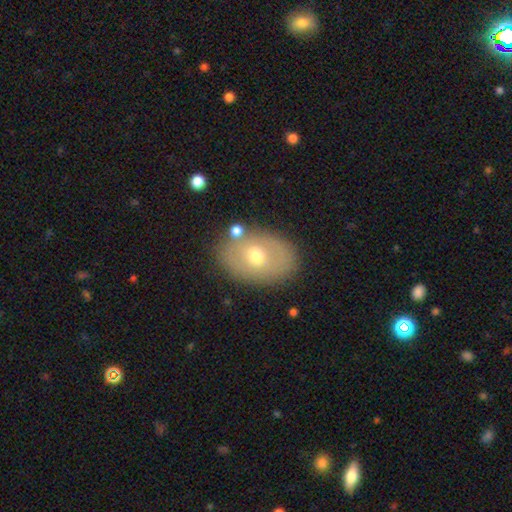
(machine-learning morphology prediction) A smooth galaxy with no disk features (54%) that is in between round and cigar-shaped (80%).

Vote fractions:
- Smooth or featured? smooth: 54% / featured or disk: 37% / star or artifact: 8%
- How rounded? in between: 80% / round: 19% / cigar-shaped: 1%
- Merging? none: 77% / minor disturbance: 14% / merger: 5% / major disturbance: 5%